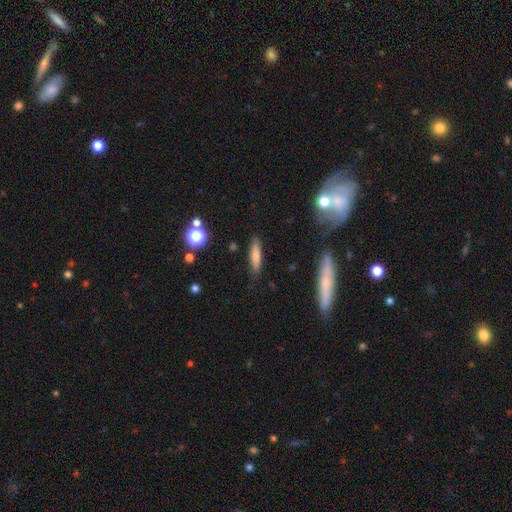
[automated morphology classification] This appears to be a smooth galaxy with no disk features (71%) that is cigar-shaped (75%). Merging: none (84%).